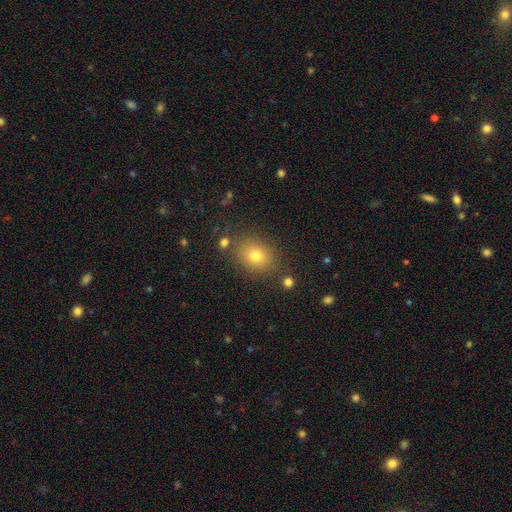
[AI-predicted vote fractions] Smooth or featured? smooth (74%)
How rounded? in between (58%)
Merging? none (83%)